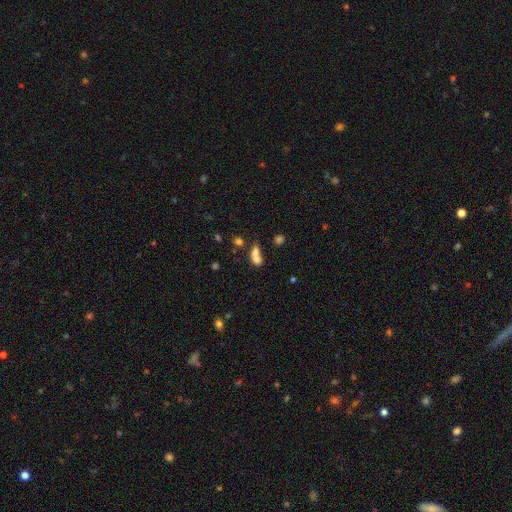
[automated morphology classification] A smooth galaxy with no disk features (71%) that is in between round and cigar-shaped (60%).

Vote fractions:
- Smooth or featured? smooth: 71% / featured or disk: 17% / star or artifact: 13%
- How rounded? in between: 60% / round: 34% / cigar-shaped: 6%
- Merging? merger: 64% / none: 22% / minor disturbance: 7% / major disturbance: 6%